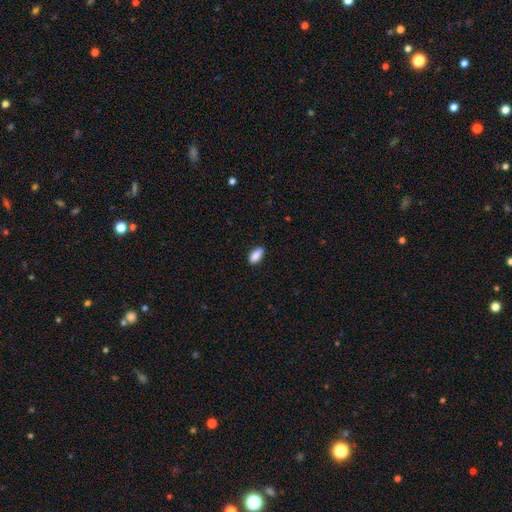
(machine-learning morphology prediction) The model was most divided on "merging": none: 83%, minor disturbance: 14%, major disturbance: 2%, merger: 1%. More confident: smooth or featured — smooth (88%); how rounded — in between (87%).